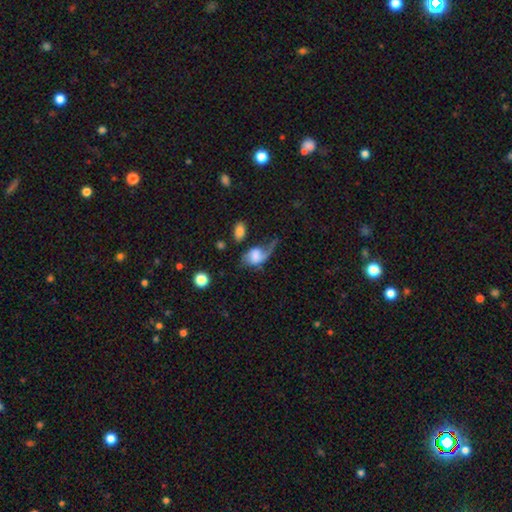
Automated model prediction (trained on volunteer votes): smooth-or-featured: featured or disk: 47% | smooth: 44% | star or artifact: 9%
  merging: major disturbance: 45% | none: 25% | minor disturbance: 21% | merger: 9%